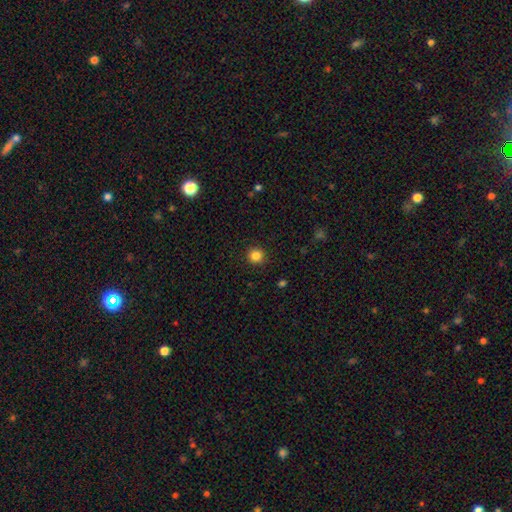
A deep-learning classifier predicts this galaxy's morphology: Smooth or featured? Predicted: smooth (p=0.84). How rounded? Predicted: round (p=0.94). Merging? Predicted: none (p=0.92).